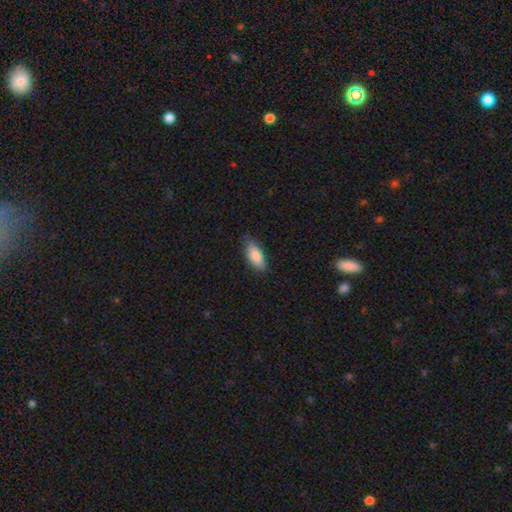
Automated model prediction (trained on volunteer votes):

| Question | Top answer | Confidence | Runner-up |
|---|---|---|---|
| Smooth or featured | smooth | 83% | featured or disk (11%) |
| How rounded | in between | 80% | cigar-shaped (18%) |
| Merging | none | 78% | minor disturbance (18%) |